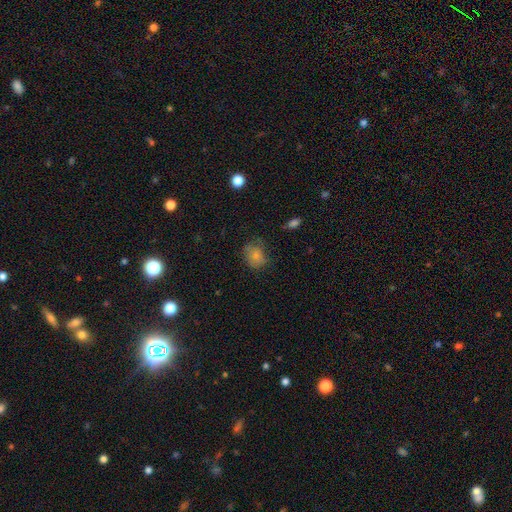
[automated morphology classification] Smooth or featured?
  - smooth: 78% *
  - featured or disk: 13%
  - star or artifact: 10%
How rounded?
  - round: 54% *
  - in between: 45%
  - cigar-shaped: 1%
Merging?
  - none: 60% *
  - minor disturbance: 28%
  - major disturbance: 10%
  - merger: 2%